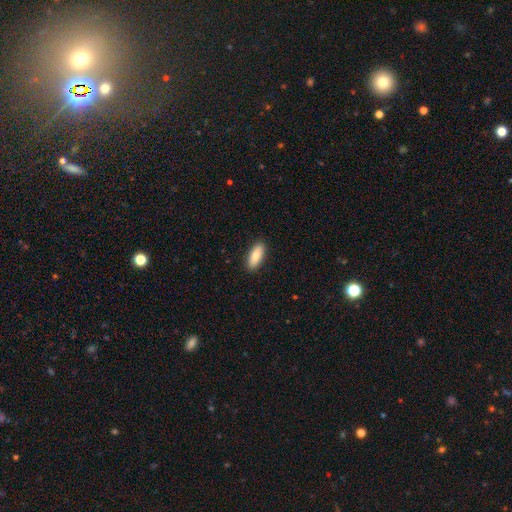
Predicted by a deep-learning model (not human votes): Smooth or featured? Predicted: smooth (p=0.83). How rounded? Predicted: in between (p=0.78). Merging? Predicted: none (p=0.90).